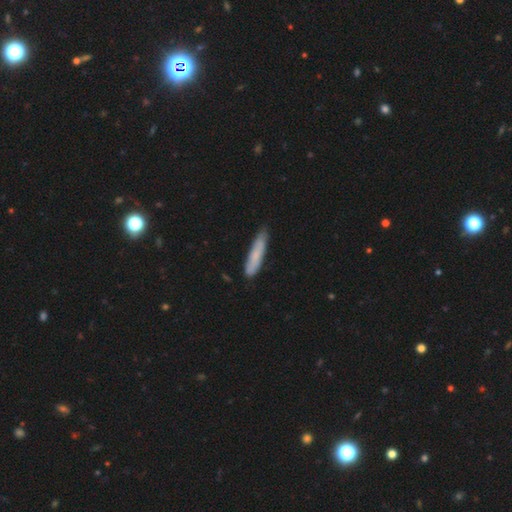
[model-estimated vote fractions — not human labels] smooth_or_featured: smooth (p=0.74) [alt: featured or disk p=0.20]
how_rounded: cigar-shaped (p=0.86) [alt: in between p=0.12]
merging: none (p=0.77) [alt: minor disturbance p=0.18]